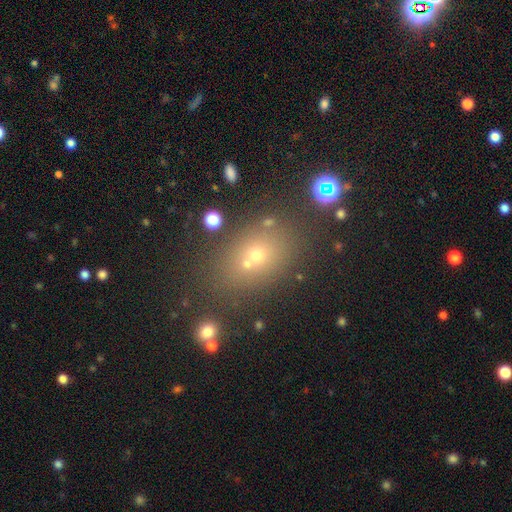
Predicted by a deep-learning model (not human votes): Overall: smooth (59%; star or artifact 24%). How rounded: in between (59%; round 39%). Merging: none (64%).